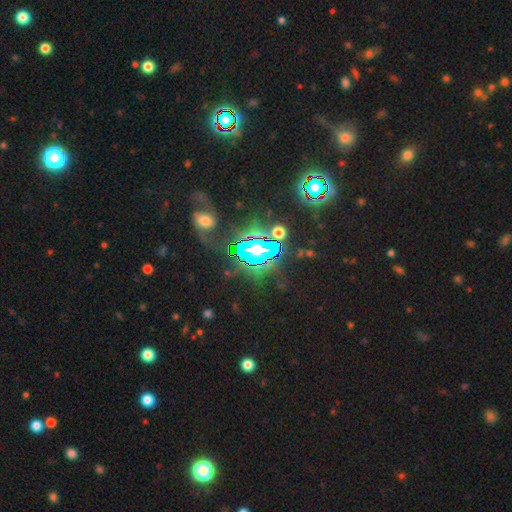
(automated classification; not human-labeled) Q: Smooth or featured?
A: star or artifact (73%); runner-up: smooth (14%)